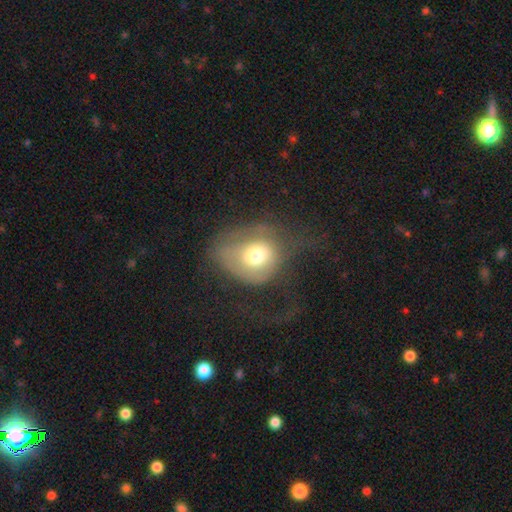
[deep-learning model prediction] Morphology: type=smooth (59%); roundness=round (59%); merging=major disturbance (51%).